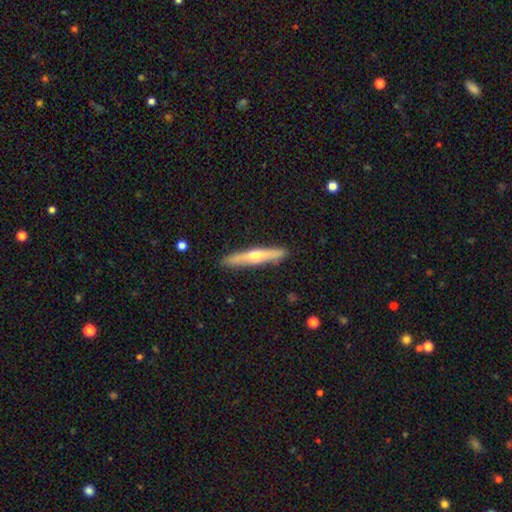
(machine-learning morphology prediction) Smooth or featured? Predicted: featured or disk (p=0.55). Edge-on disk? Predicted: yes (p=0.94). Edge-on bulge? Predicted: rounded (p=0.88). Merging? Predicted: none (p=0.90).